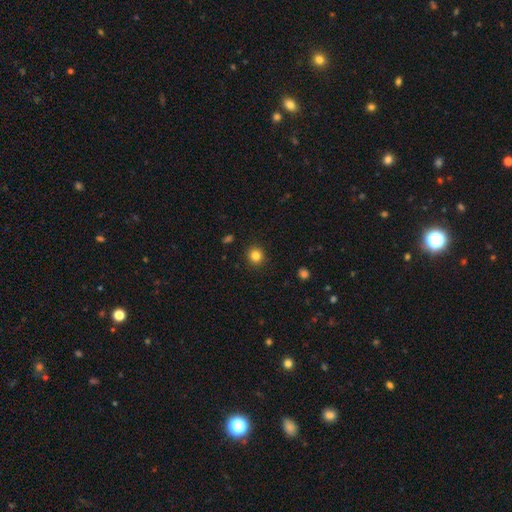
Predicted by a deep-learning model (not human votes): Smooth or featured?
  - smooth: 83% *
  - star or artifact: 12%
  - featured or disk: 5%
How rounded?
  - round: 93% *
  - in between: 6%
  - cigar-shaped: 1%
Merging?
  - none: 92% *
  - minor disturbance: 5%
  - major disturbance: 2%
  - merger: 1%